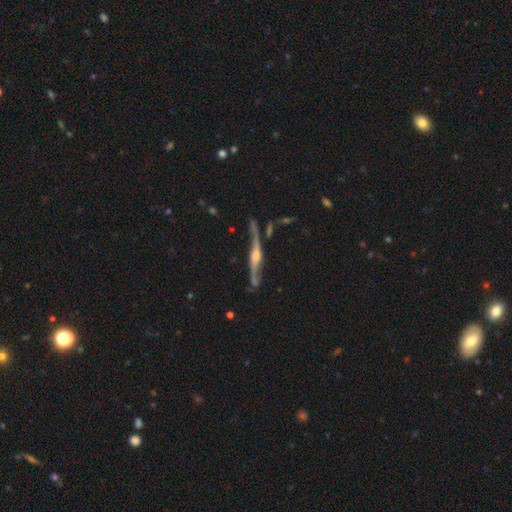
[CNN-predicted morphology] type=featured or disk (84%); edge-on=yes (75%); edge-on bulge=rounded (79%); merging=none (61%).